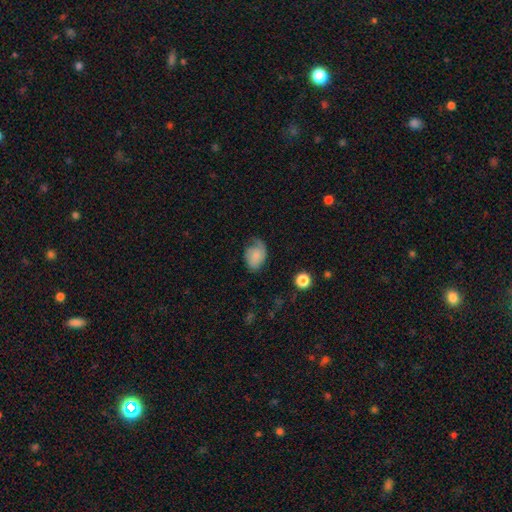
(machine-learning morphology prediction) Smooth or featured?
  - smooth: 62% *
  - featured or disk: 30%
  - star or artifact: 8%
How rounded?
  - in between: 74% *
  - round: 25%
  - cigar-shaped: 1%
Merging?
  - none: 41% *
  - minor disturbance: 33%
  - major disturbance: 24%
  - merger: 2%